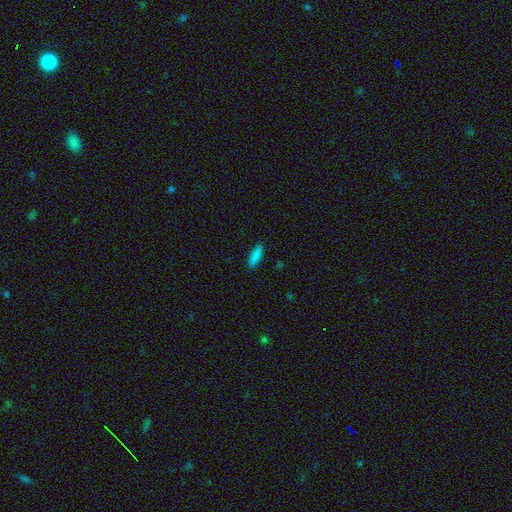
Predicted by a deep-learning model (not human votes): Smooth or featured? smooth (85%)
How rounded? cigar-shaped (57%)
Merging? none (88%)